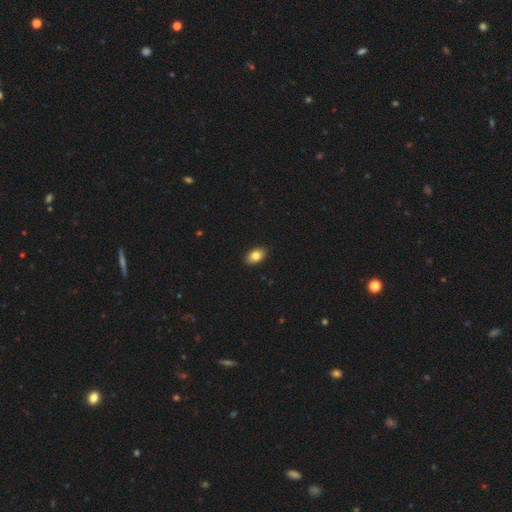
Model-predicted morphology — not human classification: Smooth or featured? Predicted: smooth (p=0.82). How rounded? Predicted: in between (p=0.87). Merging? Predicted: none (p=0.90).